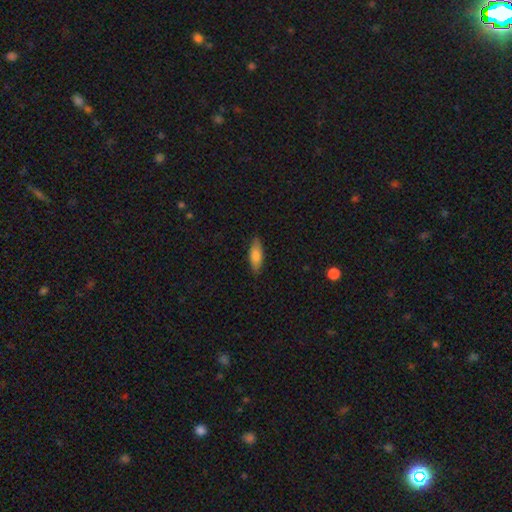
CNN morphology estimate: Smooth or featured: smooth — 78% (featured or disk — 16%)
How rounded: in between — 69% (cigar-shaped — 29%)
Merging: none — 85% (minor disturbance — 11%)